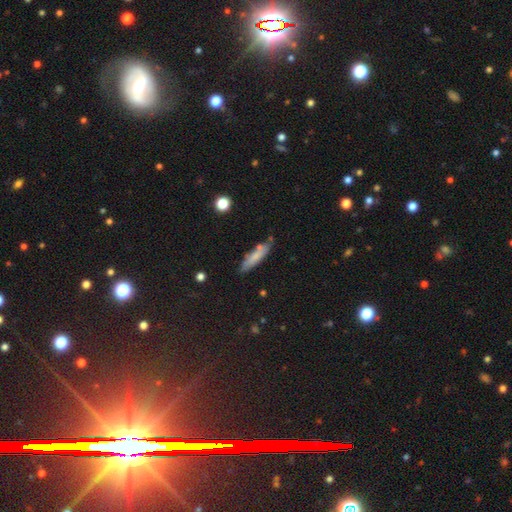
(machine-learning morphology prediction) The model was most divided on "smooth or featured": smooth: 73%, featured or disk: 20%, star or artifact: 7%. More confident: how rounded — cigar-shaped (78%); merging — none (75%).